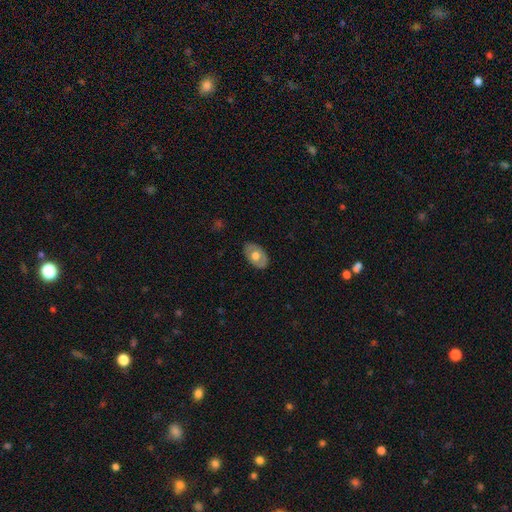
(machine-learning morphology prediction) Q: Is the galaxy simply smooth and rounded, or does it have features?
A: smooth — 56%.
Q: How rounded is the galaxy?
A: in between — 86%.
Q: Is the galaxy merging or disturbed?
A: none — 83%.